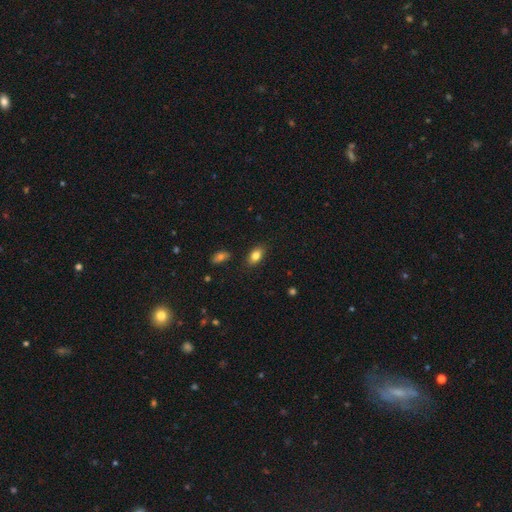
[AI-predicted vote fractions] The model was most divided on "smooth or featured": smooth: 82%, featured or disk: 10%, star or artifact: 8%. More confident: how rounded — in between (88%); merging — none (85%).